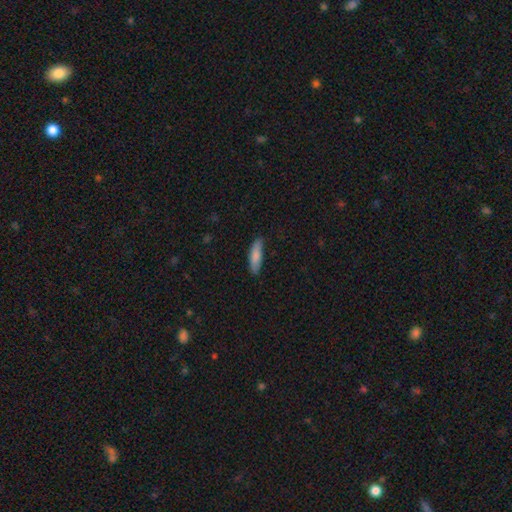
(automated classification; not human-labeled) Smooth or featured: smooth — 83% (featured or disk — 11%)
How rounded: cigar-shaped — 61% (in between — 37%)
Merging: none — 82% (minor disturbance — 15%)